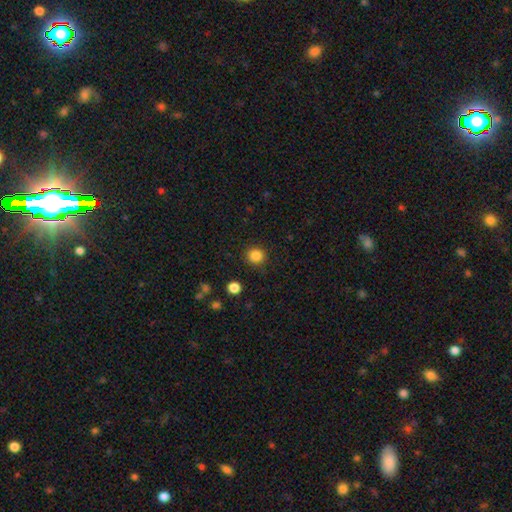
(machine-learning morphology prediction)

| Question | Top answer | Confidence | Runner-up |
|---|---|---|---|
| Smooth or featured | smooth | 85% | star or artifact (11%) |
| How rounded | round | 89% | in between (10%) |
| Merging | none | 90% | minor disturbance (6%) |